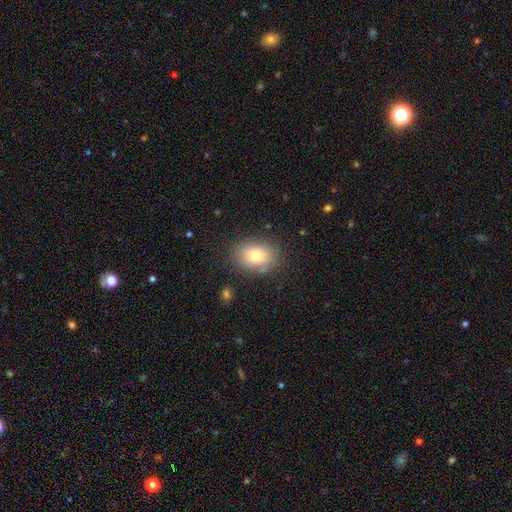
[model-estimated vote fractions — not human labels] Overall: smooth (76%). How rounded: in between (65%; round 34%). Merging: none (81%).